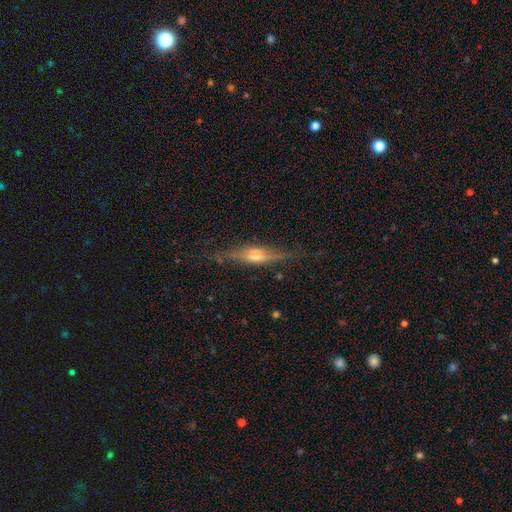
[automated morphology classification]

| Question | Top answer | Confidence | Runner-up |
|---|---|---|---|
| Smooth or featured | featured or disk | 73% | smooth (20%) |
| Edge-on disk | yes | 94% | no (6%) |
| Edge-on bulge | rounded | 84% | boxy (10%) |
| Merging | none | 79% | minor disturbance (15%) |